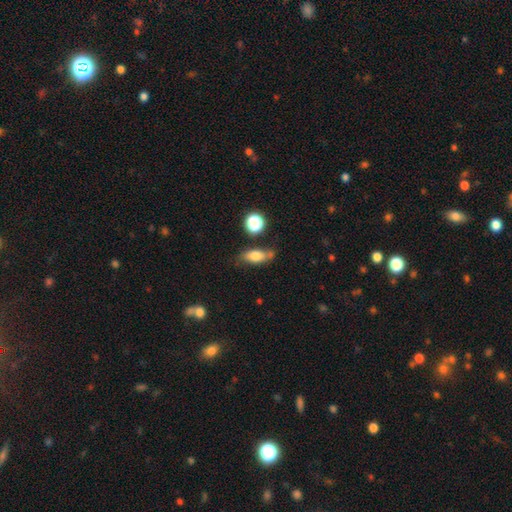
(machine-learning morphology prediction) Smooth or featured?
  - smooth: 71% *
  - featured or disk: 19%
  - star or artifact: 10%
How rounded?
  - in between: 75% *
  - cigar-shaped: 15%
  - round: 10%
Merging?
  - none: 61% *
  - minor disturbance: 23%
  - merger: 9%
  - major disturbance: 7%